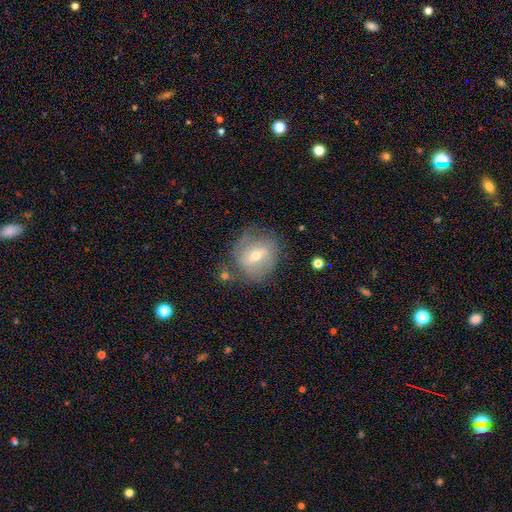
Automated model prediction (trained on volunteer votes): Smooth or featured? featured or disk (63%)
Edge-on disk? no (94%)
Bar? weak (50%)
Spiral arms? yes (69%)
Bulge size? moderate (51%)
Merging? none (69%)